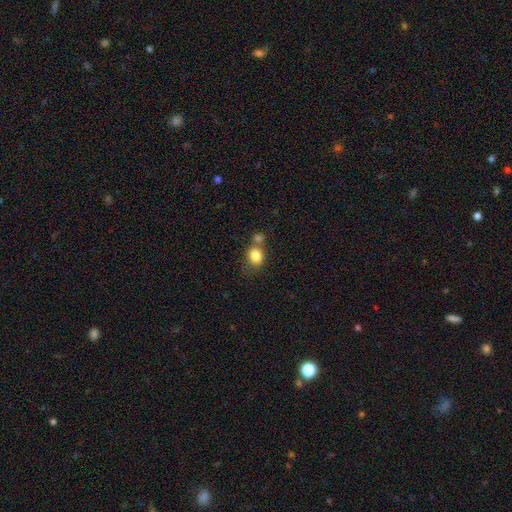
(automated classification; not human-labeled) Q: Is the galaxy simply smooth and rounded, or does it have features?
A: smooth — 82%.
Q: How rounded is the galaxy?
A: round — 60%.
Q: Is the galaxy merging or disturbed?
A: none — 46%.